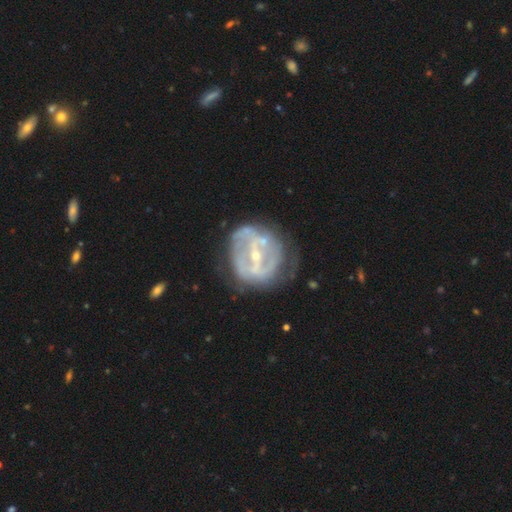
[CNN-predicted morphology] Overall: featured or disk (81%). Edge-on disk: no (96%). Bar: strong (51%; weak 32%). Spiral arms: yes (57%; no 43%). Bulge size: small (70%). Merging: none (54%; minor disturbance 24%).